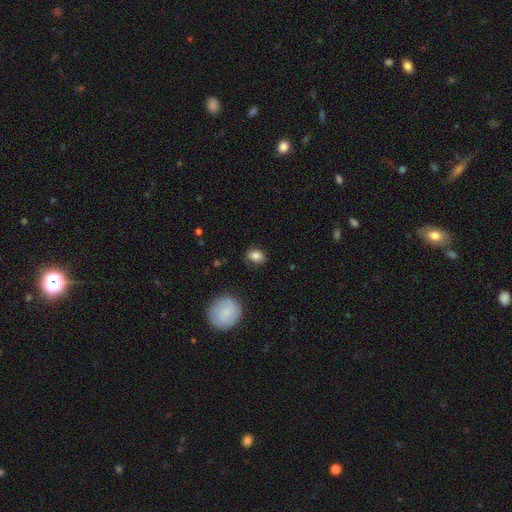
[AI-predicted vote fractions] smooth-or-featured: smooth: 82% | star or artifact: 9% | featured or disk: 9%
  how-rounded: in between: 59% | round: 40% | cigar-shaped: 1%
  merging: none: 80% | minor disturbance: 15% | major disturbance: 4% | merger: 1%